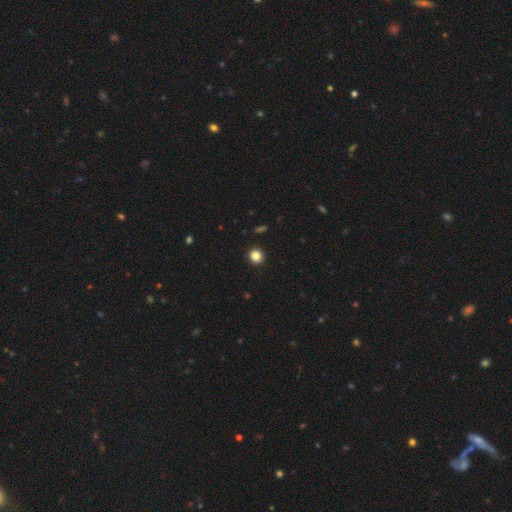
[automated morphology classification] type=smooth (85%); roundness=round (92%); merging=none (93%).